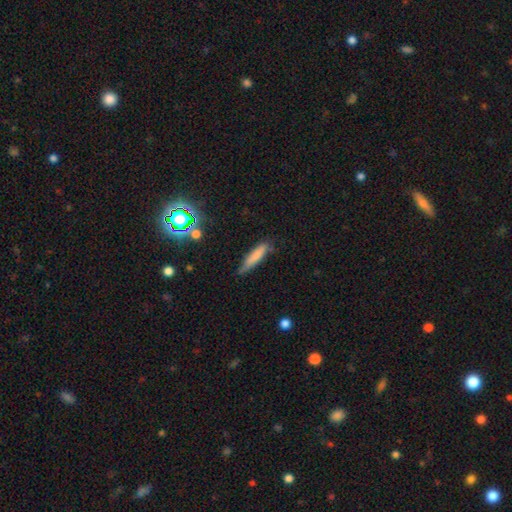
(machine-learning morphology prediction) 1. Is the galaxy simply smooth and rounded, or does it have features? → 74% smooth, 18% featured or disk, 8% star or artifact.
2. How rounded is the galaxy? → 84% cigar-shaped, 14% in between, 2% round.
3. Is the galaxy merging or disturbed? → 64% none, 28% minor disturbance, 6% major disturbance, 3% merger.